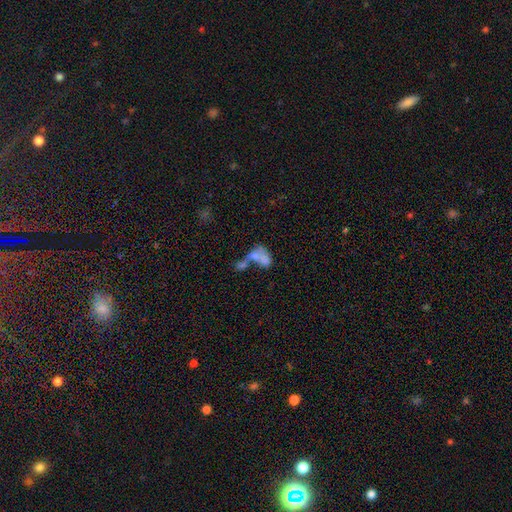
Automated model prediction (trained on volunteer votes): Smooth or featured?
  - smooth: 56% *
  - featured or disk: 32%
  - star or artifact: 12%
How rounded?
  - in between: 79% *
  - round: 17%
  - cigar-shaped: 4%
Merging?
  - merger: 65% *
  - none: 14%
  - major disturbance: 13%
  - minor disturbance: 8%